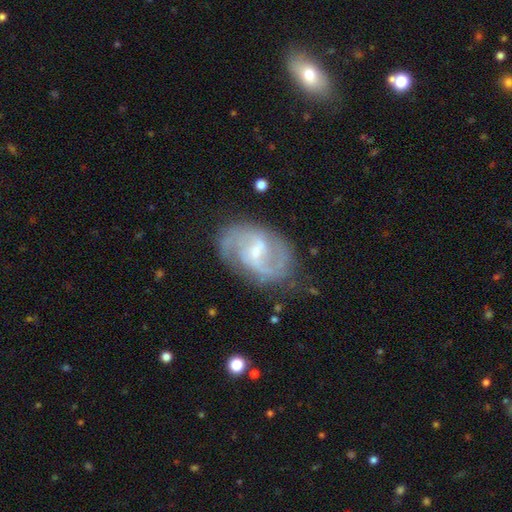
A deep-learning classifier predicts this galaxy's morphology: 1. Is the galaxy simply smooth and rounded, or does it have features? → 84% featured or disk, 9% smooth, 7% star or artifact.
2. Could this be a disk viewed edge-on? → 97% no, 3% yes.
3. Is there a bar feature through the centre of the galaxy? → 59% weak, 22% no, 19% strong.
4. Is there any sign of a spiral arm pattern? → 95% yes, 5% no.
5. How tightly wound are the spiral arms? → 52% medium, 24% tight, 24% loose.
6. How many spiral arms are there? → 79% 2, 10% can't tell, 6% 3, 2% 1, 2% 4, 2% more than 4.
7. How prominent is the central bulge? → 56% small, 33% moderate, 7% none, 2% large, 1% dominant.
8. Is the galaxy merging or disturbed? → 75% none, 17% minor disturbance, 6% major disturbance, 2% merger.